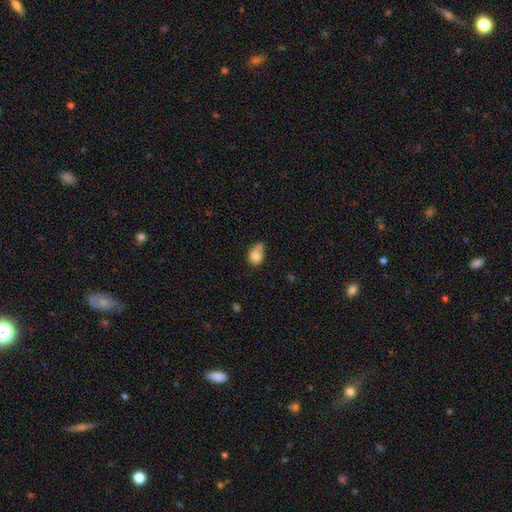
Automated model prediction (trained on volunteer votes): smooth-or-featured: smooth: 77% | featured or disk: 13% | star or artifact: 10%
  how-rounded: in between: 59% | round: 40% | cigar-shaped: 2%
  merging: merger: 30% | none: 29% | minor disturbance: 27% | major disturbance: 14%